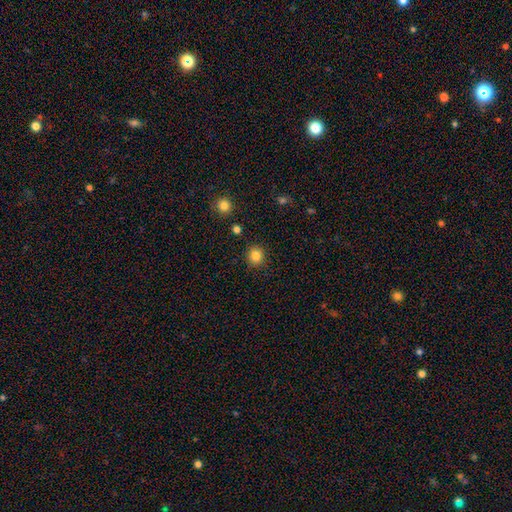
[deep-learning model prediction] Q: Smooth or featured?
A: smooth (84%); runner-up: star or artifact (11%)
Q: How rounded?
A: round (84%); runner-up: in between (15%)
Q: Merging?
A: none (90%); runner-up: minor disturbance (7%)